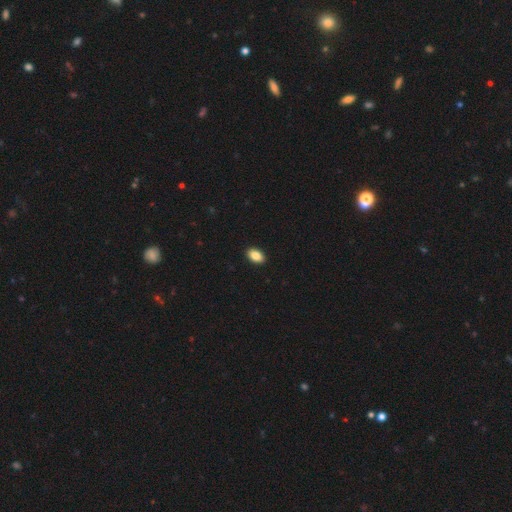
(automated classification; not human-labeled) smooth 87%, star or artifact 8%, featured or disk 5%. Down the decision tree: how rounded — in between (90%); merging — none (92%).